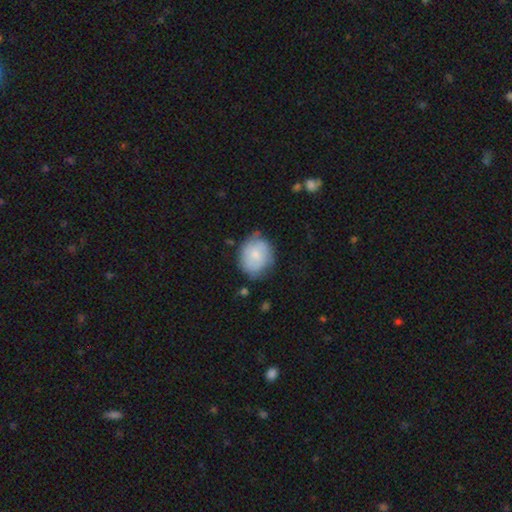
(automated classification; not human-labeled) Q: Smooth or featured?
A: smooth (61%); runner-up: featured or disk (32%)
Q: How rounded?
A: round (60%); runner-up: in between (39%)
Q: Merging?
A: none (64%); runner-up: minor disturbance (26%)